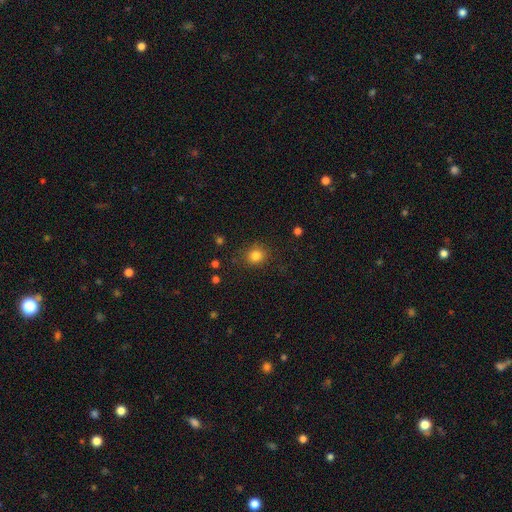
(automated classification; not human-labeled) smooth 83%, star or artifact 12%, featured or disk 5%. Down the decision tree: how rounded — round (80%); merging — none (84%).